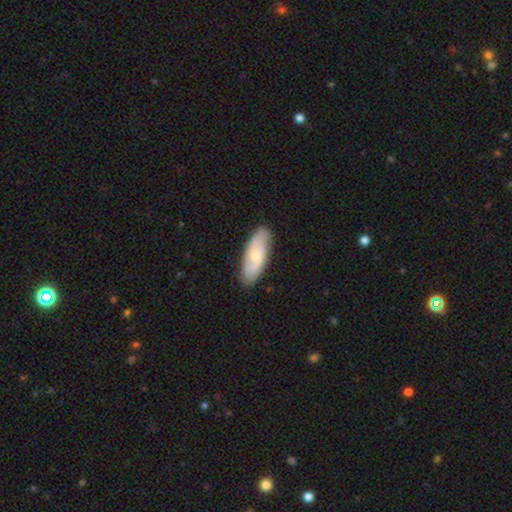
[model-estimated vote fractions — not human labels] smooth_or_featured: smooth (p=0.54) [alt: featured or disk p=0.41]
how_rounded: in between (p=0.70) [alt: cigar-shaped p=0.28]
merging: none (p=0.86) [alt: minor disturbance p=0.11]